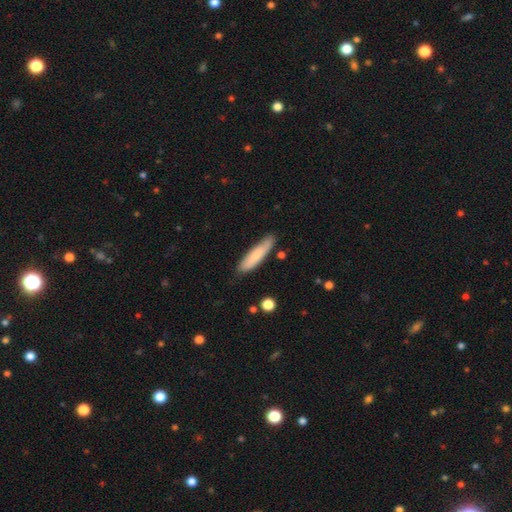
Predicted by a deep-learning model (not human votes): Smooth or featured?
  - smooth: 78% *
  - featured or disk: 16%
  - star or artifact: 6%
How rounded?
  - cigar-shaped: 77% *
  - in between: 22%
  - round: 1%
Merging?
  - none: 78% *
  - minor disturbance: 17%
  - major disturbance: 3%
  - merger: 2%